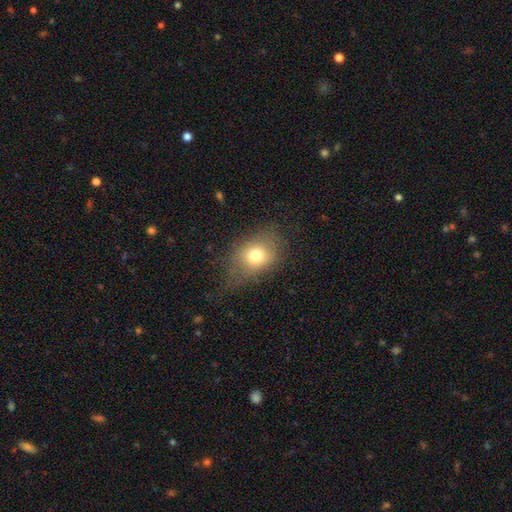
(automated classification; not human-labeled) Overall: smooth (74%). How rounded: in between (62%; round 37%). Merging: none (59%; minor disturbance 25%).